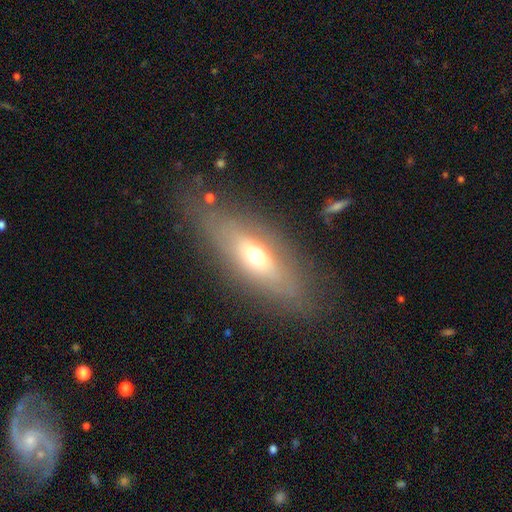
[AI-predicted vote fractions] Smooth or featured?
  - smooth: 47% *
  - featured or disk: 44%
  - star or artifact: 9%
Merging?
  - none: 76% *
  - minor disturbance: 15%
  - major disturbance: 7%
  - merger: 2%